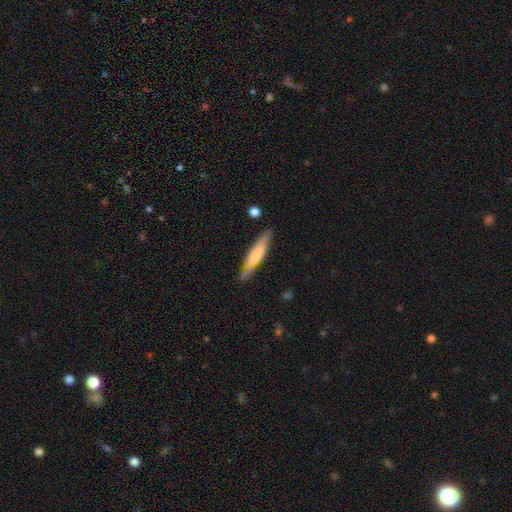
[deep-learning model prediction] Smooth or featured? Predicted: smooth (p=0.53). How rounded? Predicted: cigar-shaped (p=0.83). Merging? Predicted: none (p=0.76).